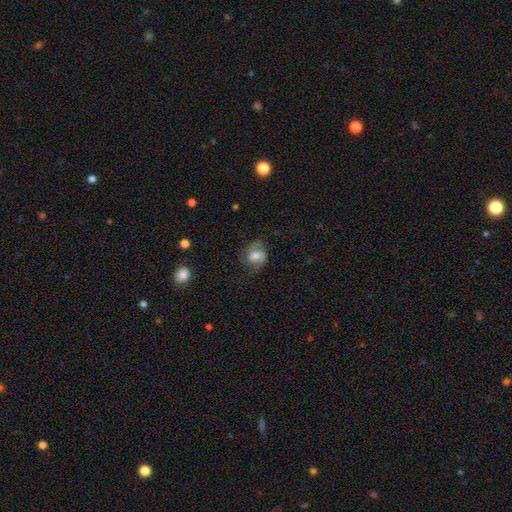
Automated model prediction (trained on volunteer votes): Smooth or featured?
  - smooth: 58% *
  - featured or disk: 33%
  - star or artifact: 9%
How rounded?
  - round: 59% *
  - in between: 40%
  - cigar-shaped: 1%
Merging?
  - none: 66% *
  - minor disturbance: 22%
  - major disturbance: 11%
  - merger: 1%